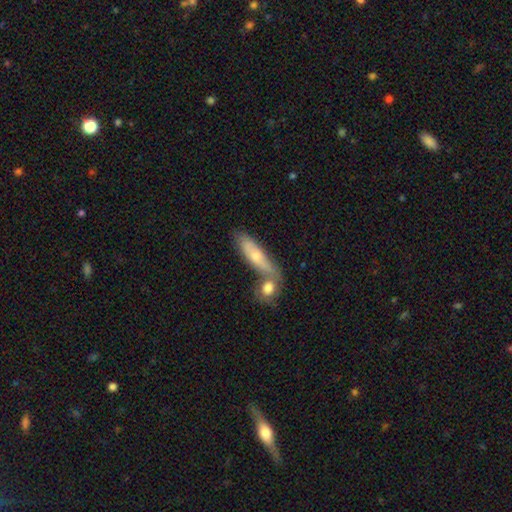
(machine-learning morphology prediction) Q: Smooth or featured?
A: smooth (57%); runner-up: featured or disk (37%)
Q: How rounded?
A: cigar-shaped (62%); runner-up: in between (35%)
Q: Merging?
A: none (45%); runner-up: merger (35%)